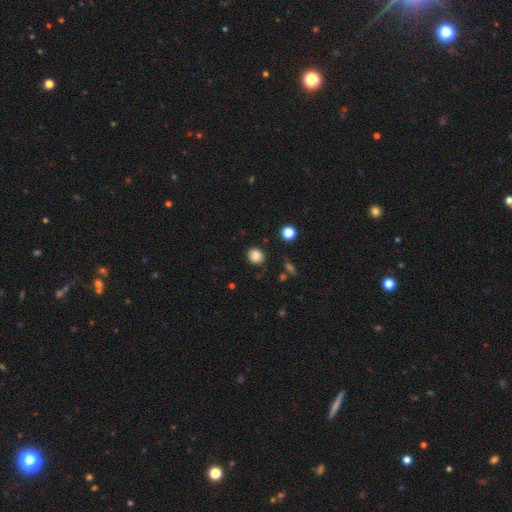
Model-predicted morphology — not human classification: Q: Smooth or featured?
A: smooth (84%); runner-up: star or artifact (11%)
Q: How rounded?
A: round (74%); runner-up: in between (25%)
Q: Merging?
A: none (85%); runner-up: minor disturbance (10%)